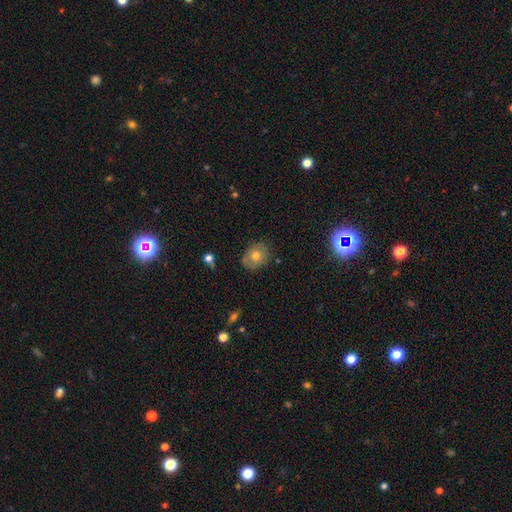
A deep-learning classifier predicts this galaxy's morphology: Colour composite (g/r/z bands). It shows a smooth galaxy with no disk features (66%) that is round (60%). Merging: none (76%).